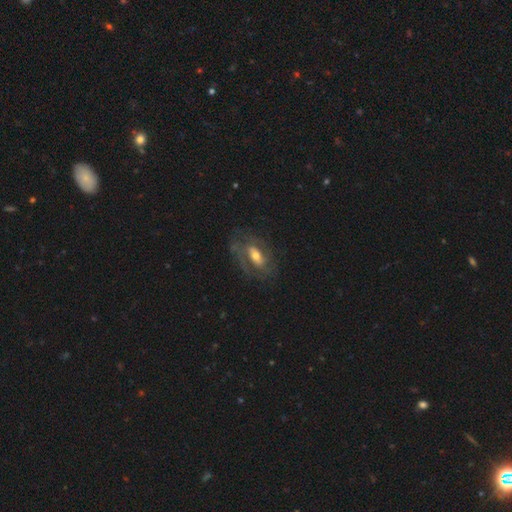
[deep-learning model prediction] This is likely a featured or disk galaxy (70%). It is clearly not viewed edge-on (90%). Bar: marginally no (39%). Spiral arm pattern: likely yes (71%). Central bulge: likely moderate (61%). Merging: likely none (63%).